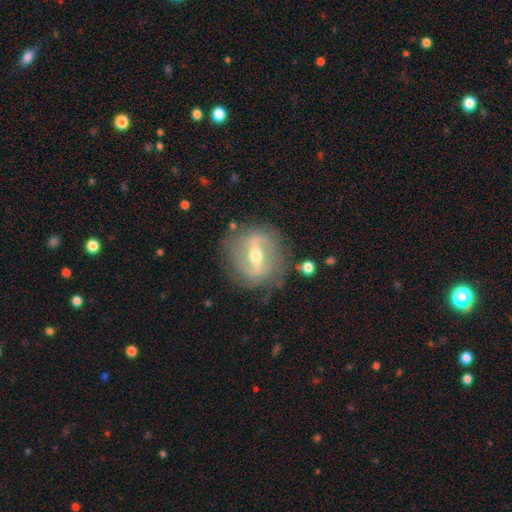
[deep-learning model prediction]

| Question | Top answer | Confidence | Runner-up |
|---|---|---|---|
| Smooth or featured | featured or disk | 80% | smooth (13%) |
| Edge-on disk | no | 89% | yes (11%) |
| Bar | strong | 61% | weak (30%) |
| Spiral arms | yes | 74% | no (26%) |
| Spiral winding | medium | 37% | tight (33%) |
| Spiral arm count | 2 | 75% | can't tell (15%) |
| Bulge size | moderate | 70% | small (23%) |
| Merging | none | 78% | minor disturbance (14%) |